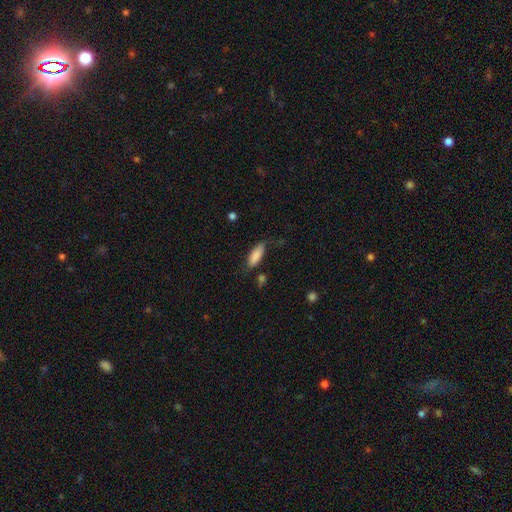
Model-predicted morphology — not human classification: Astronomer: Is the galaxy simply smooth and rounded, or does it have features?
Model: smooth — 85%.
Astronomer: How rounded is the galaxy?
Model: in between — 73%.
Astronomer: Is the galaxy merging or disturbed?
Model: none — 63%.